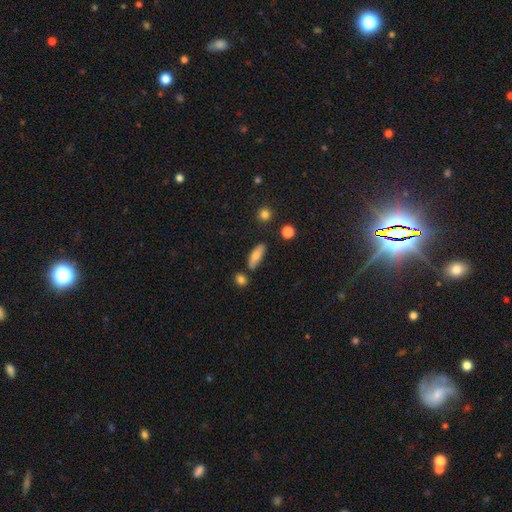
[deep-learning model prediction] Smooth or featured: smooth — 77% (featured or disk — 15%)
How rounded: in between — 59% (cigar-shaped — 38%)
Merging: none — 75% (minor disturbance — 15%)